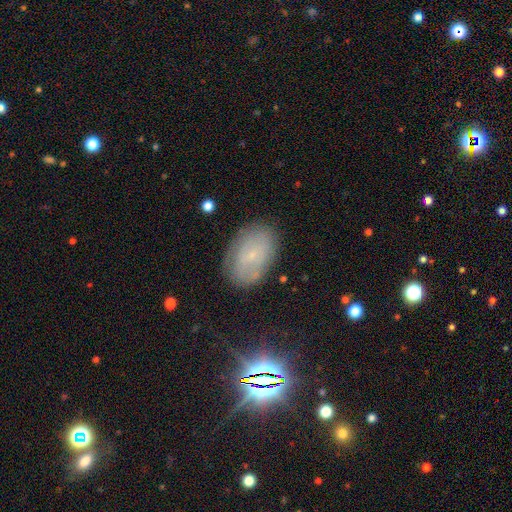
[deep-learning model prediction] A smooth galaxy with no disk features (40%).

Vote fractions:
- Smooth or featured? smooth: 40% / featured or disk: 38% / star or artifact: 22%
- Merging? none: 79% / minor disturbance: 15% / major disturbance: 5% / merger: 1%